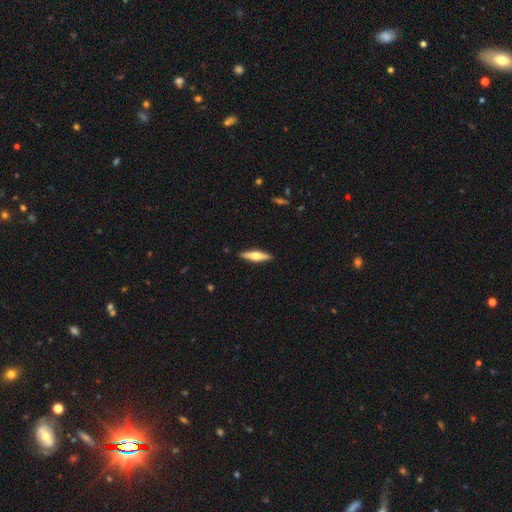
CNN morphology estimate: A featured or disk galaxy (57%) viewed edge-on (96%) with a rounded central bulge (92%). Merging: none (91%).